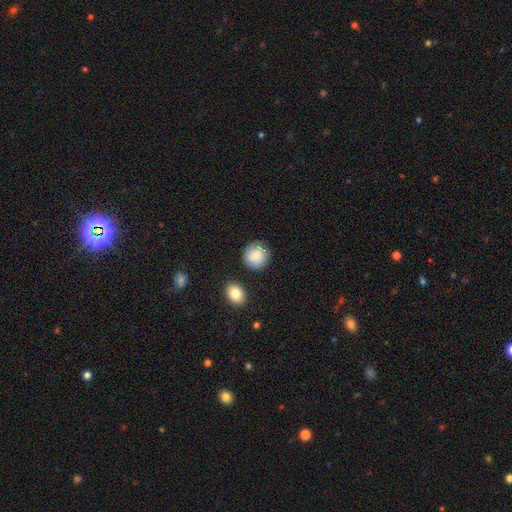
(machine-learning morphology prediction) type=smooth (76%); roundness=round (90%); merging=none (82%).